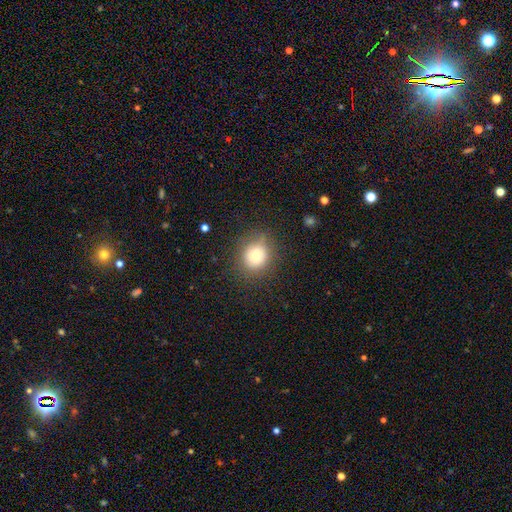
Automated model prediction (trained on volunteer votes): Smooth or featured? smooth (74%)
How rounded? round (85%)
Merging? none (79%)